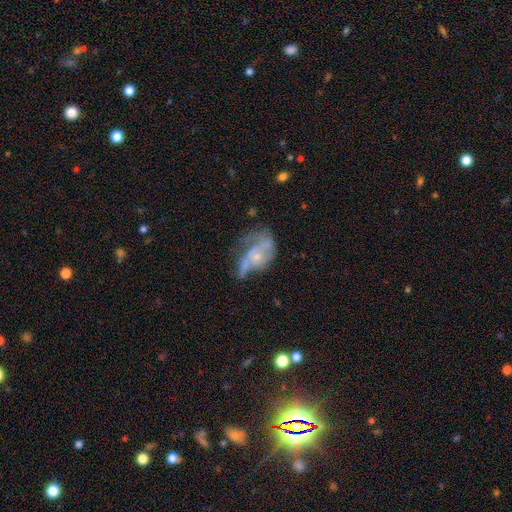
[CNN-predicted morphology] featured or disk 62%, smooth 27%, star or artifact 11%. Down the decision tree: edge-on disk — no (96%); bar — no (80%); spiral arms — no (50%, tied with yes); bulge size — small (62%); merging — major disturbance (41%).